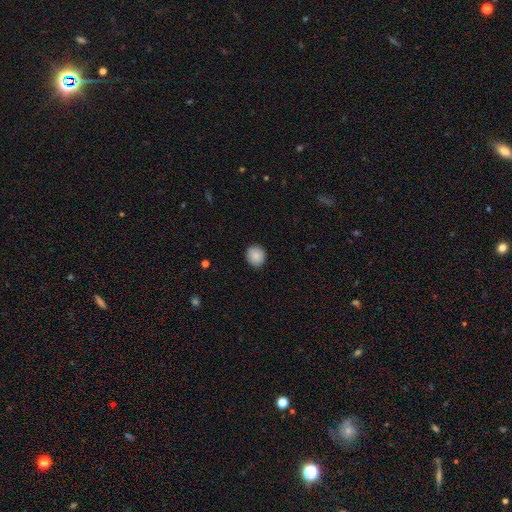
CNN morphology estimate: smooth 88%, star or artifact 7%, featured or disk 4%. Down the decision tree: how rounded — round (84%); merging — none (89%).